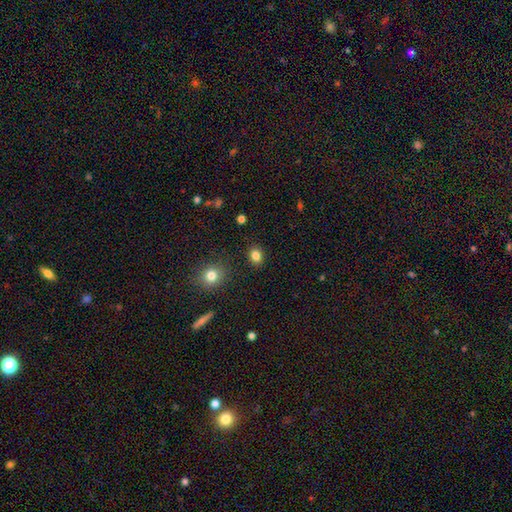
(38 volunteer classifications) Smooth or featured? 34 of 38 (89%) said smooth. How rounded? 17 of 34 (50%) said in between. Merging? 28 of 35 (80%) said none.